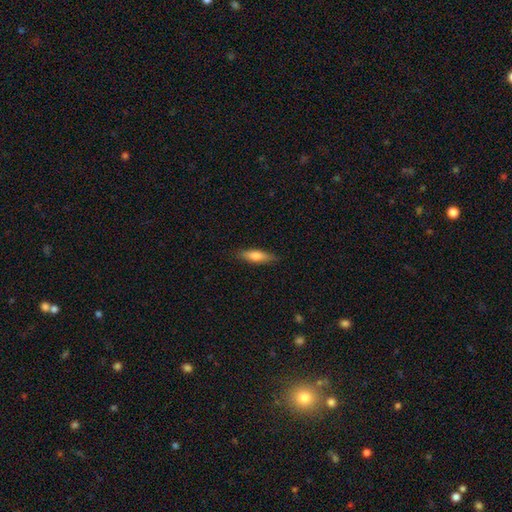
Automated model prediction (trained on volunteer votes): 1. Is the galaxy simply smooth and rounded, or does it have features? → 69% smooth, 25% featured or disk, 6% star or artifact.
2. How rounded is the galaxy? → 63% cigar-shaped, 35% in between, 2% round.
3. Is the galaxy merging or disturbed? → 86% none, 10% minor disturbance, 2% major disturbance, 1% merger.